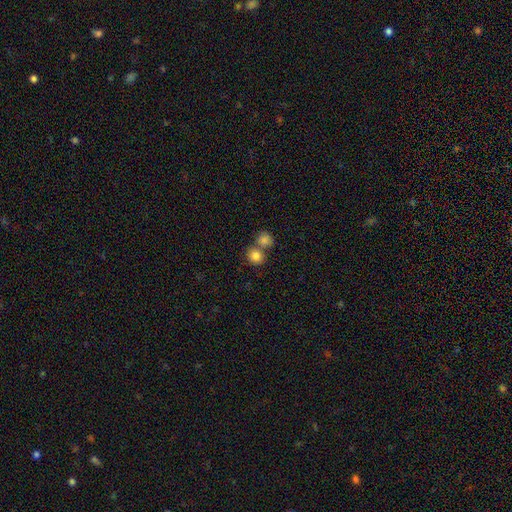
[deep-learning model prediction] Smooth or featured? Predicted: smooth (p=0.83). How rounded? Predicted: round (p=0.84). Merging? Predicted: none (p=0.56).